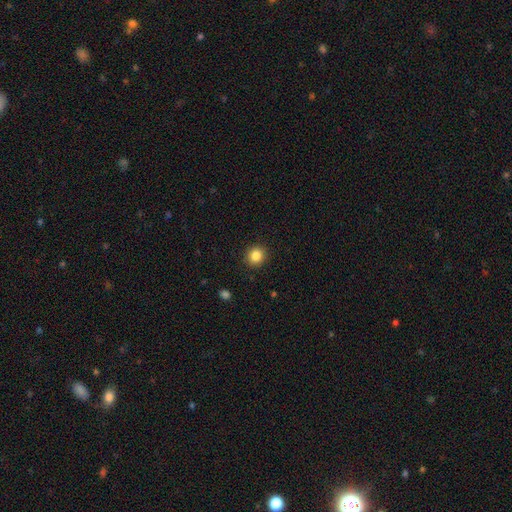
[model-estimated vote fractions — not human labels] smooth 85%, star or artifact 10%, featured or disk 5%. Down the decision tree: how rounded — round (86%); merging — none (91%).